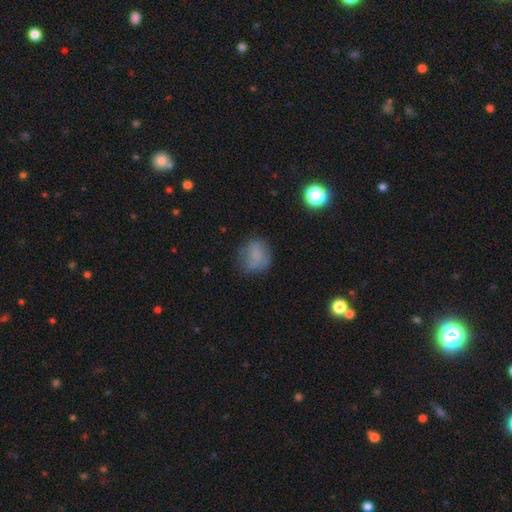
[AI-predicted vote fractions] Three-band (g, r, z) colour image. It shows a smooth galaxy with no disk features (74%) that is round (68%). Merging: none (64%).